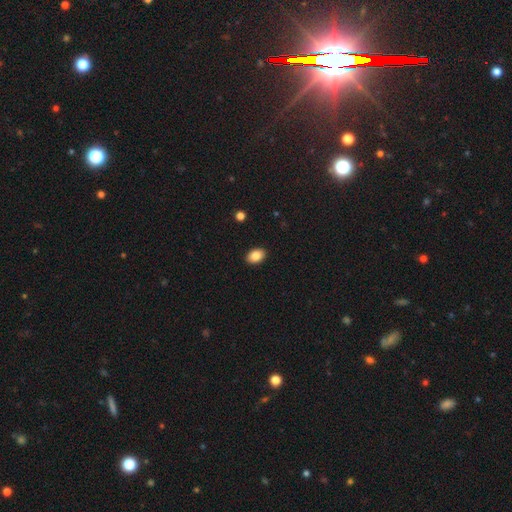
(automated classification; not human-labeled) smooth_or_featured: smooth (p=0.87) [alt: star or artifact p=0.08]
how_rounded: in between (p=0.81) [alt: round p=0.18]
merging: none (p=0.91) [alt: minor disturbance p=0.07]